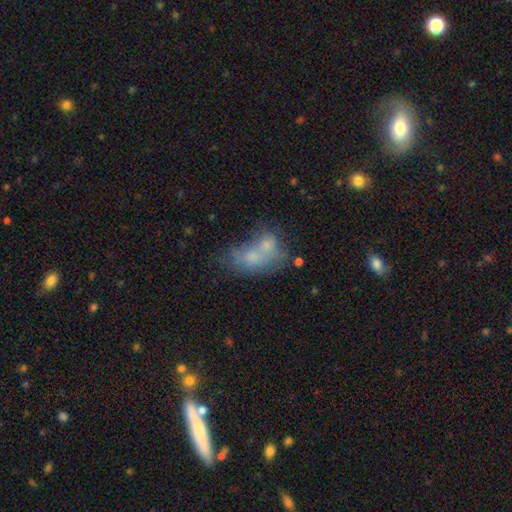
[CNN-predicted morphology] Q: Smooth or featured?
A: smooth (60%); runner-up: featured or disk (26%)
Q: How rounded?
A: in between (78%); runner-up: round (18%)
Q: Merging?
A: merger (56%); runner-up: none (23%)